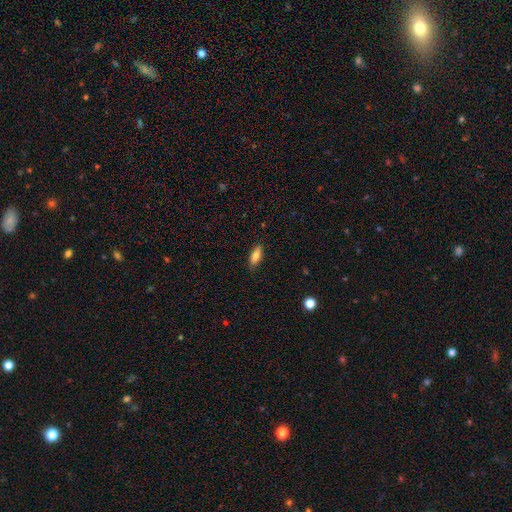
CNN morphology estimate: A smooth galaxy with no disk features (81%) that is in between round and cigar-shaped (73%). Merging: none (85%).